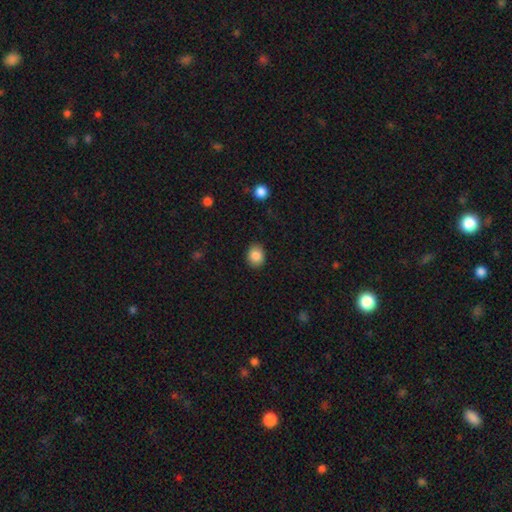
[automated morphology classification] A smooth galaxy with no disk features (86%) that is round (54%). Merging: none (88%).